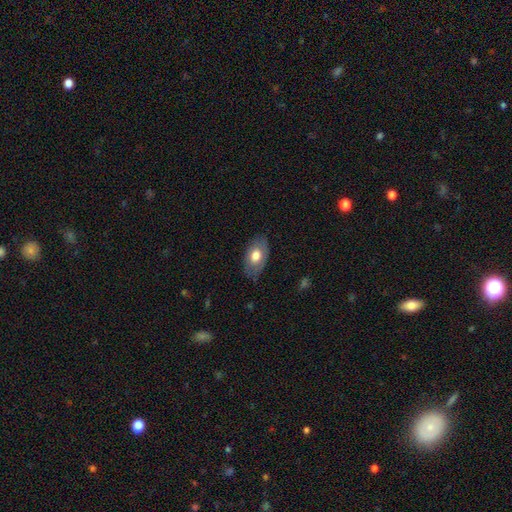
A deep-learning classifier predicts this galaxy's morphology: Q: Smooth or featured?
A: smooth (70%); runner-up: featured or disk (24%)
Q: How rounded?
A: in between (91%); runner-up: round (7%)
Q: Merging?
A: none (78%); runner-up: minor disturbance (18%)